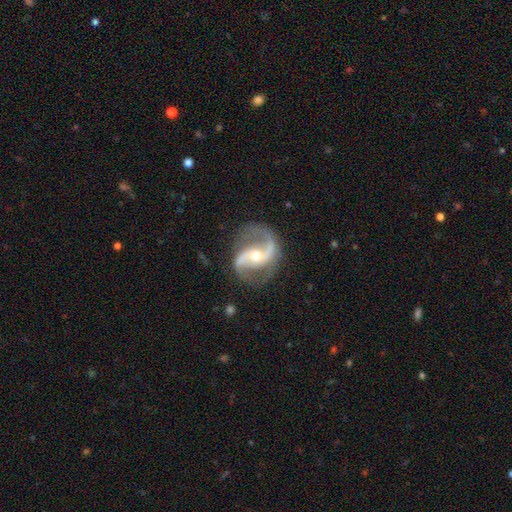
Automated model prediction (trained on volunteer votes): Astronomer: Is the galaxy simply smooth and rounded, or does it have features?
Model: featured or disk — 92%.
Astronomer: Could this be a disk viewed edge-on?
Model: no — 98%.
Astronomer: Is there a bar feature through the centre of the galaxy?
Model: weak — 38% (runner-up: no, 36%).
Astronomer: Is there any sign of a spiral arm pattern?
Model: yes — 98%.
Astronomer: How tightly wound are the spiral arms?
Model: medium — 46% (runner-up: loose, 45%).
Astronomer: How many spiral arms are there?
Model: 2 — 93%.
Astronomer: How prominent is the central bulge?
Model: moderate — 59% (runner-up: small, 36%).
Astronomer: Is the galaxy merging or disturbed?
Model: none — 78%.